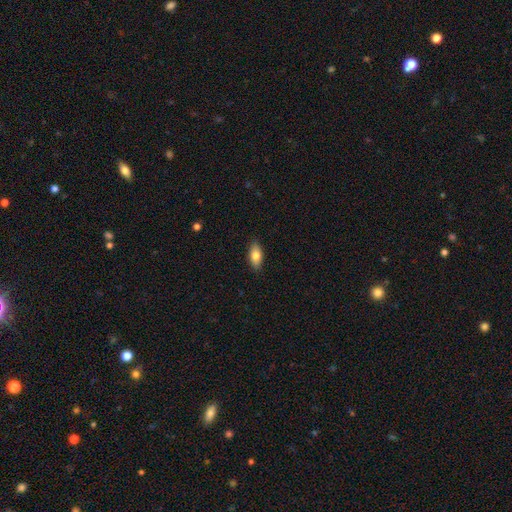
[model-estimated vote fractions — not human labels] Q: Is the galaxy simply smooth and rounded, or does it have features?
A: smooth — 78%.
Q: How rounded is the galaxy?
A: in between — 86%.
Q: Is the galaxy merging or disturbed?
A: none — 88%.